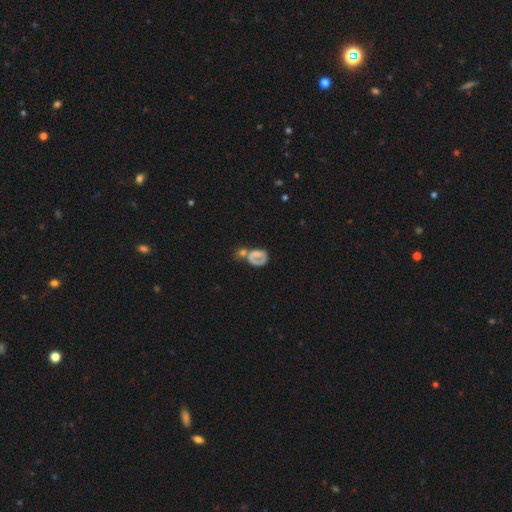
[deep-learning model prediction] featured or disk 44%, smooth 42%, star or artifact 14%. Down the decision tree: merging — merger (39%).